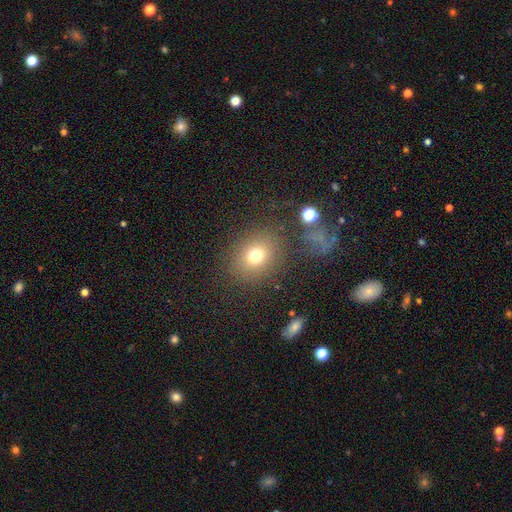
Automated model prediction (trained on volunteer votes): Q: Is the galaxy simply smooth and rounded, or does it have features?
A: smooth — 74%.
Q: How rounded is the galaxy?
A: round — 60%.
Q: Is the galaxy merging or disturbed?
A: none — 78%.